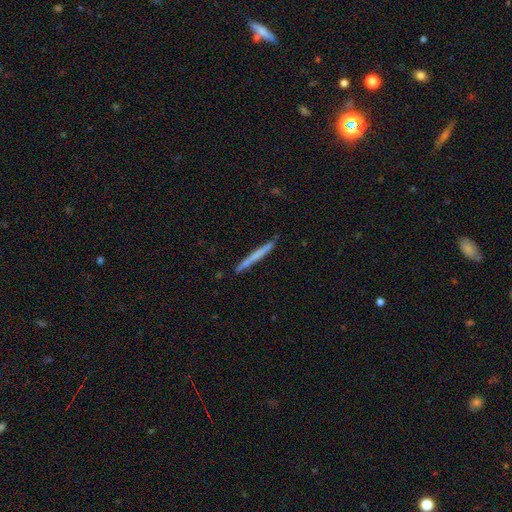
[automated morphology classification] This is possibly a smooth galaxy (56%). How rounded: clearly cigar-shaped (97%). Merging: clearly none (89%).